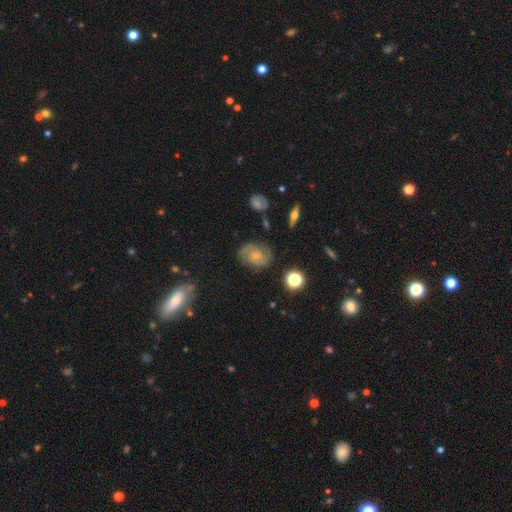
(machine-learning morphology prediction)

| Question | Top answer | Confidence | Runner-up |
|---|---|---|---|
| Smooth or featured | featured or disk | 65% | smooth (25%) |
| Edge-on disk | no | 96% | yes (4%) |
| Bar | no | 65% | weak (31%) |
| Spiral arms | yes | 90% | no (10%) |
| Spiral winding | tight | 46% | medium (41%) |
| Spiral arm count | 2 | 73% | can't tell (16%) |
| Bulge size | small | 52% | moderate (34%) |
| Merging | none | 75% | minor disturbance (17%) |